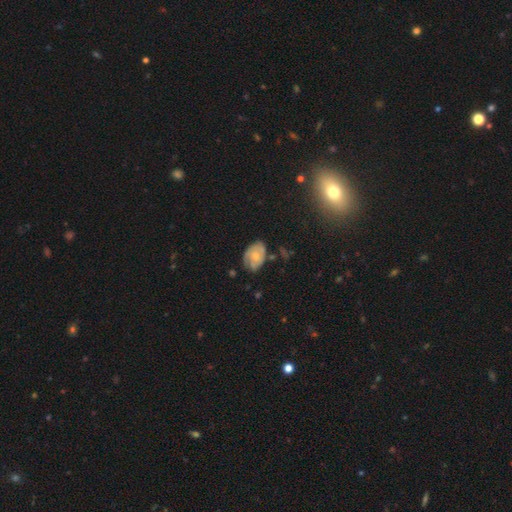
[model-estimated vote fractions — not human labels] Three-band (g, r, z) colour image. It shows a featured or disk galaxy (49%). Merging: none (57%).